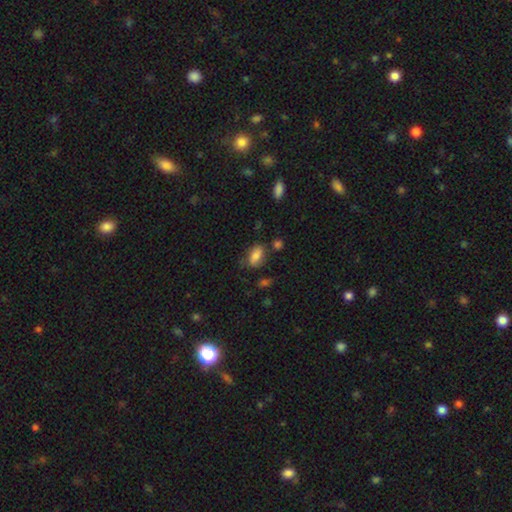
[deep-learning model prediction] This is likely a smooth galaxy (76%). How rounded: clearly in between (88%). Merging: likely none (63%).